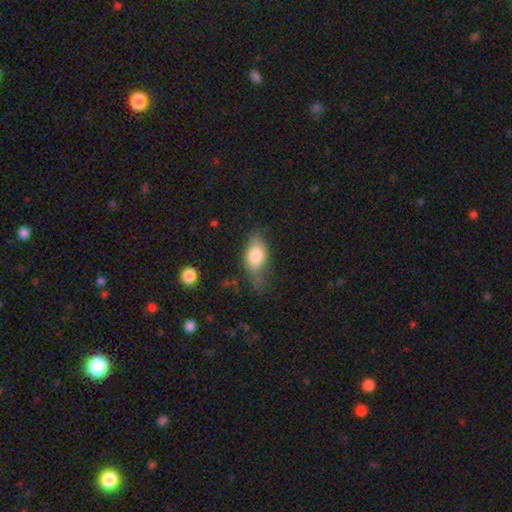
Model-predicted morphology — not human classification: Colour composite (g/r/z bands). It shows a smooth galaxy with no disk features (77%) that is in between round and cigar-shaped (86%). Merging: none (50%).